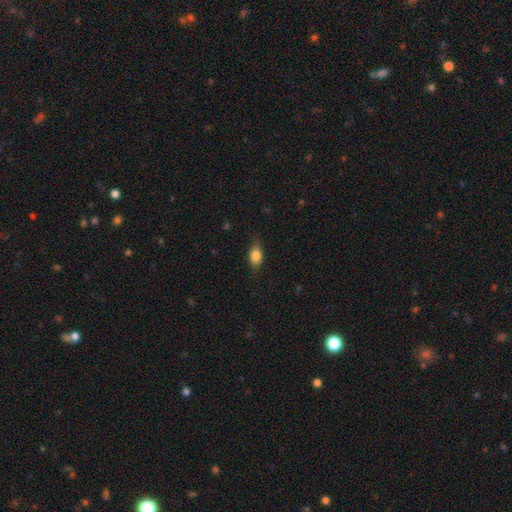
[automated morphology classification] Overall: smooth (82%). How rounded: in between (84%). Merging: none (77%).